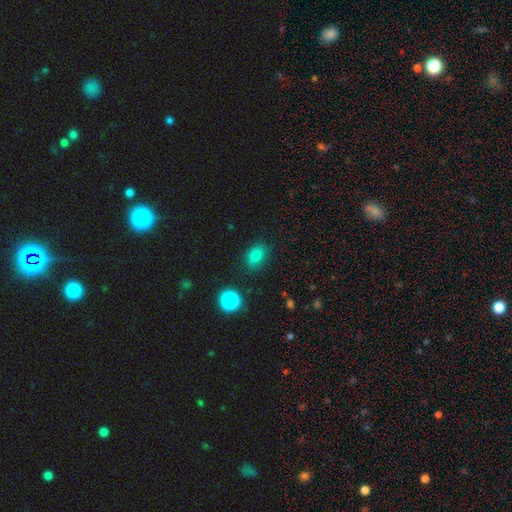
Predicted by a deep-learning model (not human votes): A smooth galaxy with no disk features (81%) that is in between round and cigar-shaped (71%). Merging: none (81%).